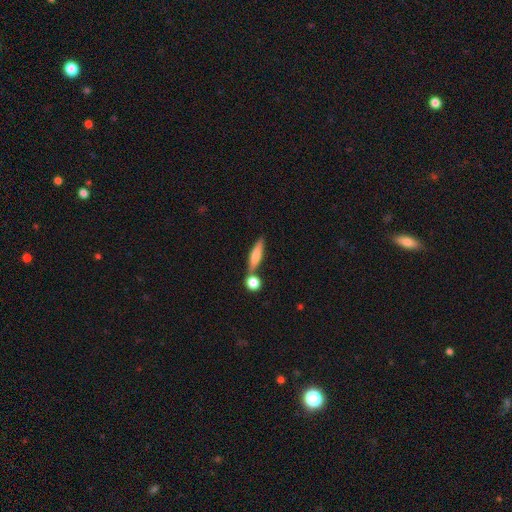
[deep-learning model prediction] smooth 66%, featured or disk 27%, star or artifact 7%. Down the decision tree: how rounded — cigar-shaped (70%); merging — none (65%).